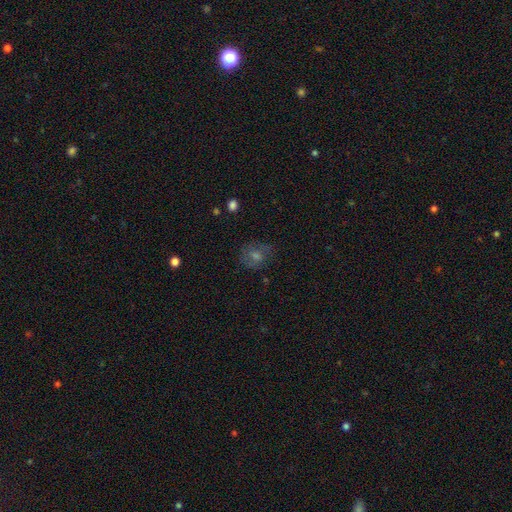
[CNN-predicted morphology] Overall: smooth (45%; featured or disk 33%). Merging: none (68%).